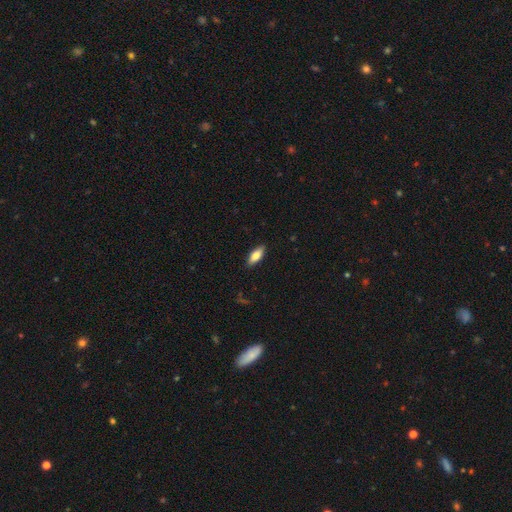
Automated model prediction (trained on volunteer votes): Smooth or featured: smooth — 78% (featured or disk — 16%)
How rounded: in between — 74% (cigar-shaped — 24%)
Merging: none — 89% (minor disturbance — 9%)